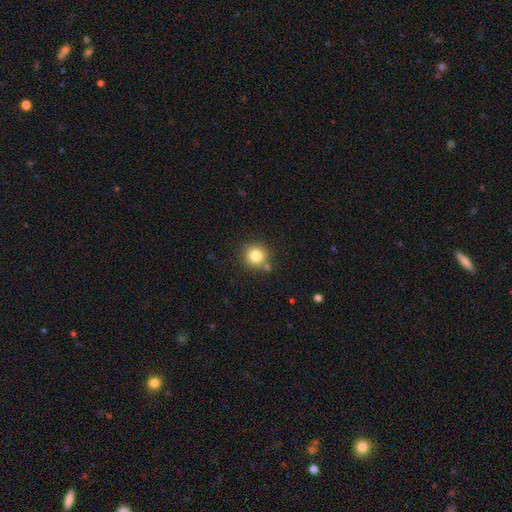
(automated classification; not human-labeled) smooth_or_featured: smooth (p=0.81) [alt: star or artifact p=0.12]
how_rounded: round (p=0.94) [alt: in between p=0.05]
merging: none (p=0.80) [alt: minor disturbance p=0.09]